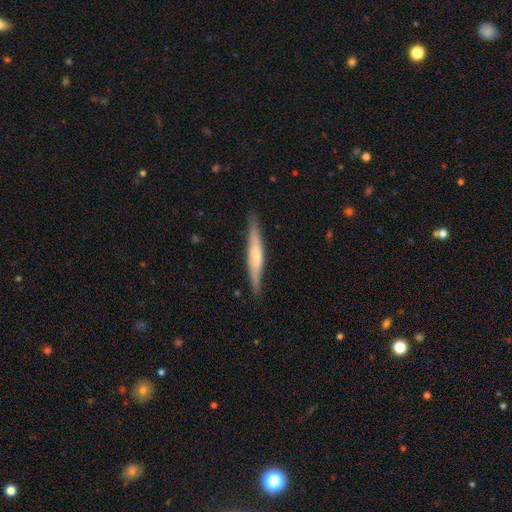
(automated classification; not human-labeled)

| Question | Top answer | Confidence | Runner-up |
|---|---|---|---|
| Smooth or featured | featured or disk | 52% | smooth (42%) |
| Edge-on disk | yes | 95% | no (5%) |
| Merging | none | 86% | minor disturbance (10%) |